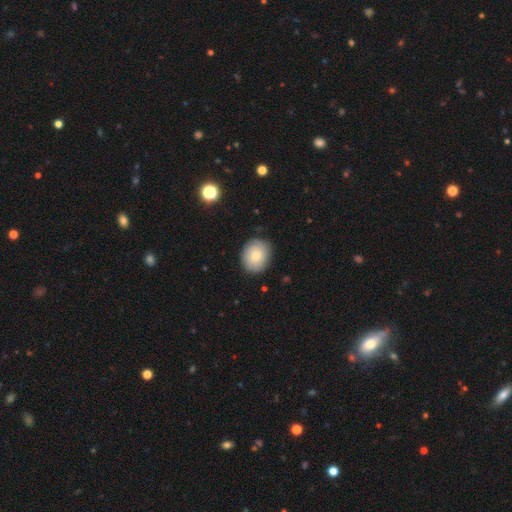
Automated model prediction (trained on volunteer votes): Smooth or featured: smooth — 82% (featured or disk — 10%)
How rounded: round — 60% (in between — 39%)
Merging: none — 85% (minor disturbance — 12%)